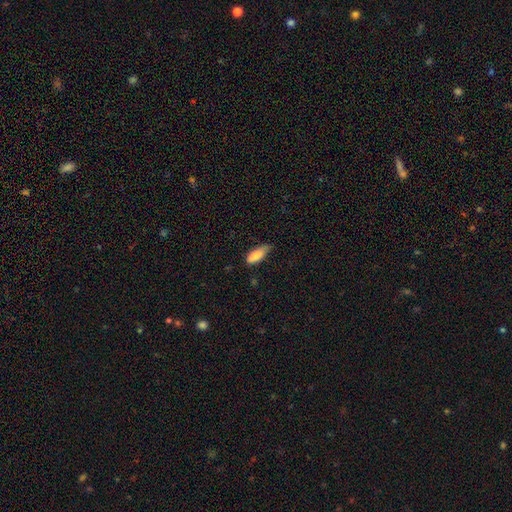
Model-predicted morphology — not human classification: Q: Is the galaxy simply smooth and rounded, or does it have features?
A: smooth — 83%.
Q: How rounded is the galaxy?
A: in between — 75%.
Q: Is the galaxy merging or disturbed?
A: none — 49%.